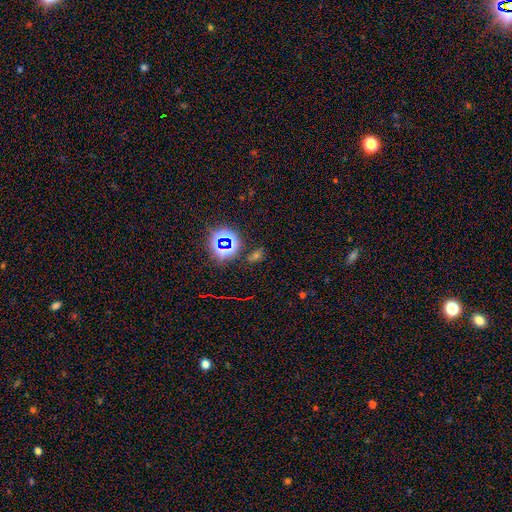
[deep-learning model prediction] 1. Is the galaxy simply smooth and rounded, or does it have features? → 62% star or artifact, 28% smooth, 10% featured or disk.